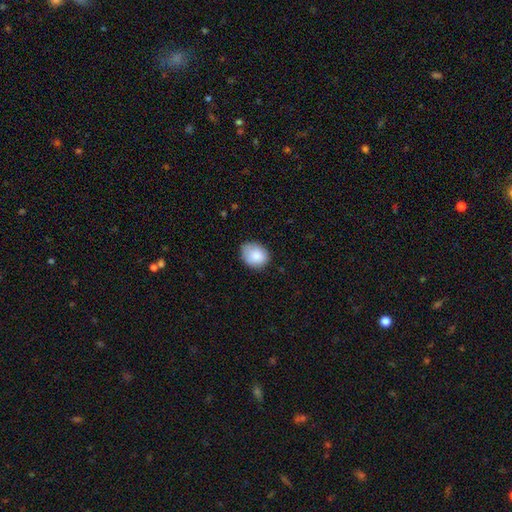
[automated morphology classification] This appears to be a smooth galaxy with no disk features (86%) that is round (51%). Merging: none (70%).